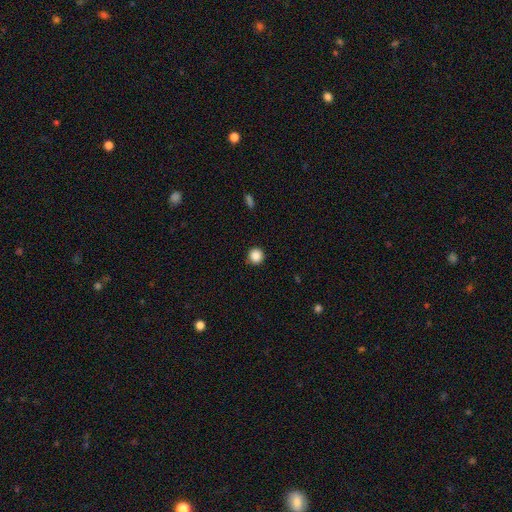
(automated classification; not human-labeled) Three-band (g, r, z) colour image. It shows a smooth galaxy with no disk features (87%) that is round (94%). Merging: none (90%).